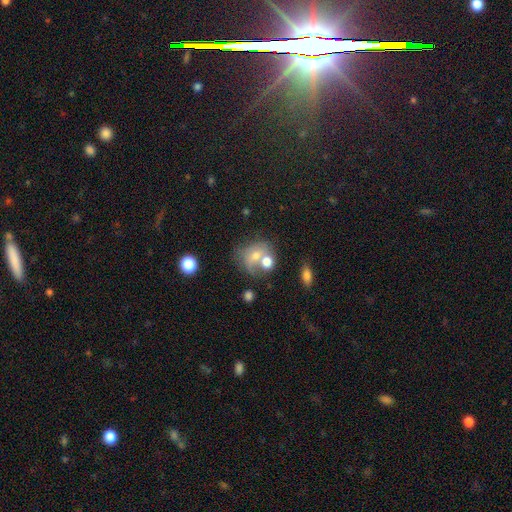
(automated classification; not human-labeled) smooth 58%, featured or disk 27%, star or artifact 15%. Down the decision tree: how rounded — round (58%); merging — merger (38%).